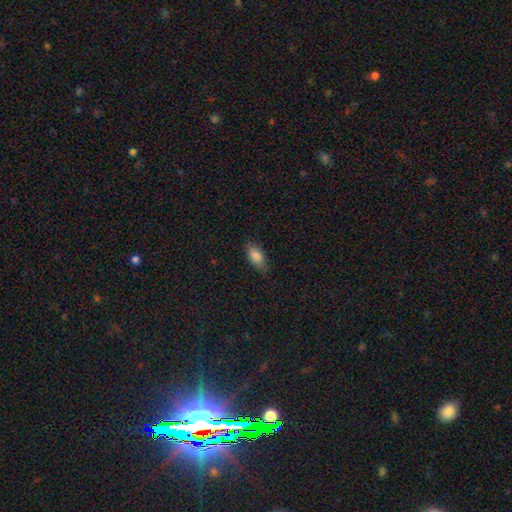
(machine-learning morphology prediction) A smooth galaxy with no disk features (86%) that is in between round and cigar-shaped (89%). Merging: none (77%).